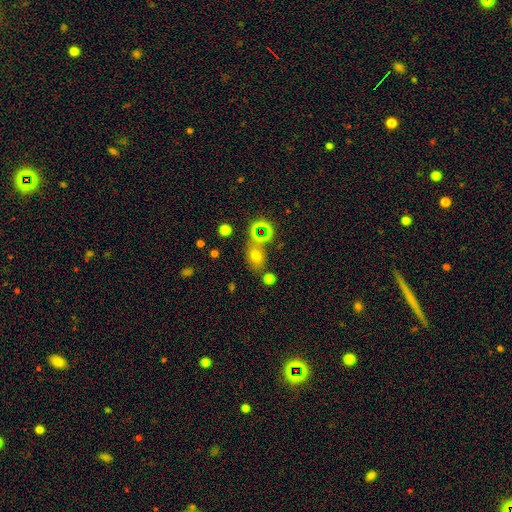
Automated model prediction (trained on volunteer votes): Morphology: type=smooth (64%); roundness=in between (63%); merging=none (58%).